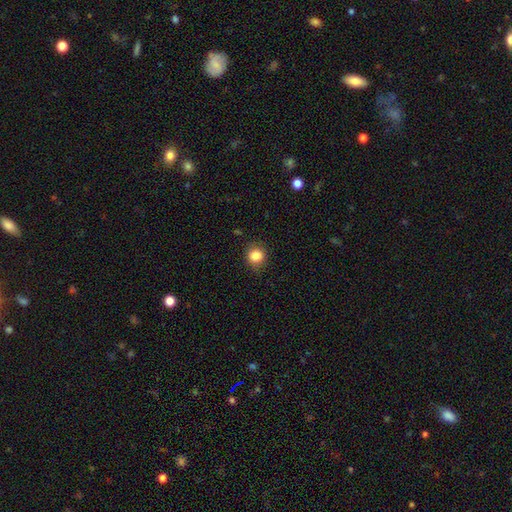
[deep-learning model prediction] smooth-or-featured: smooth: 85% | star or artifact: 10% | featured or disk: 5%
  how-rounded: round: 85% | in between: 14% | cigar-shaped: 1%
  merging: none: 84% | minor disturbance: 12% | major disturbance: 3% | merger: 1%